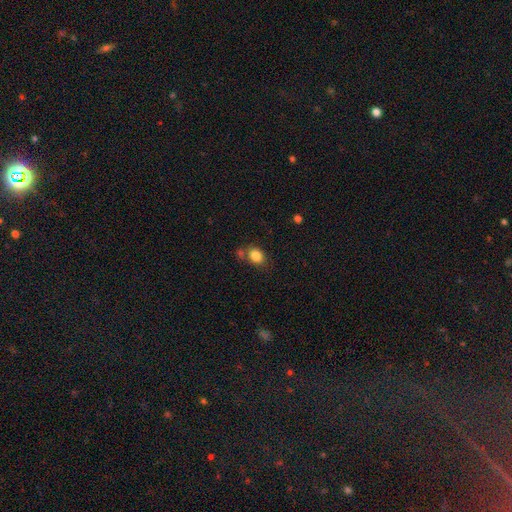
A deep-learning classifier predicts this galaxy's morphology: The model was most divided on "how rounded": in between: 55%, round: 44%, cigar-shaped: 1%. More confident: smooth or featured — smooth (84%); merging — none (65%).